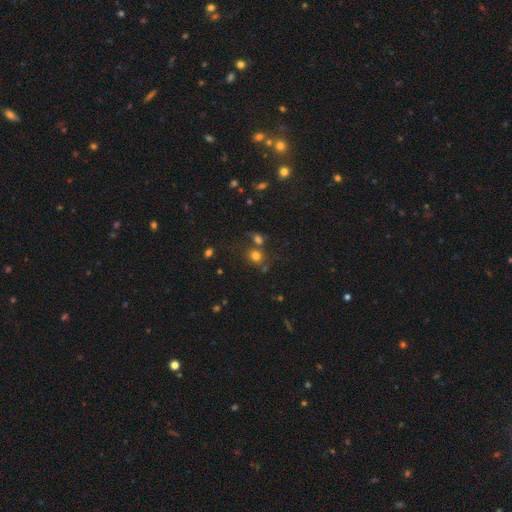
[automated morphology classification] This appears to be a smooth galaxy with no disk features (73%) that is round (78%). Merging: none (58%).